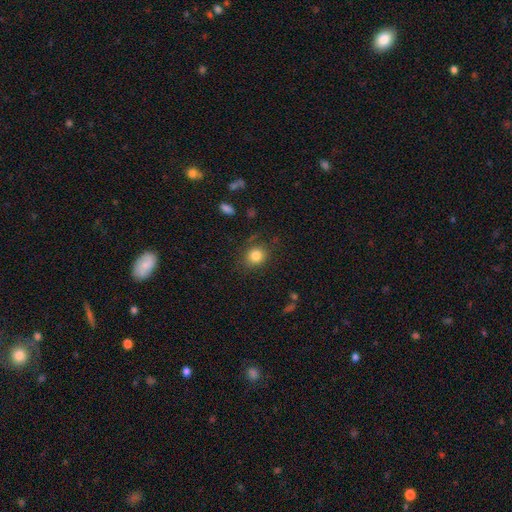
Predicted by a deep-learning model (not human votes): Q: Smooth or featured?
A: smooth (82%); runner-up: star or artifact (11%)
Q: How rounded?
A: round (72%); runner-up: in between (27%)
Q: Merging?
A: none (80%); runner-up: minor disturbance (14%)